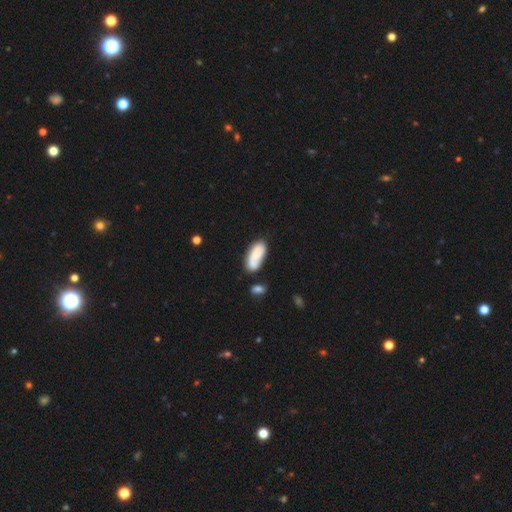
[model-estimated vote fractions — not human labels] This appears to be a smooth galaxy with no disk features (70%) that is in between round and cigar-shaped (85%). Merging: none (58%).